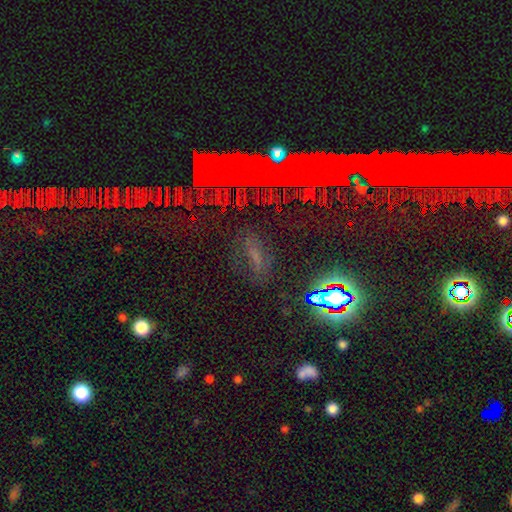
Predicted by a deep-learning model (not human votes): Overall: star or artifact (62%).